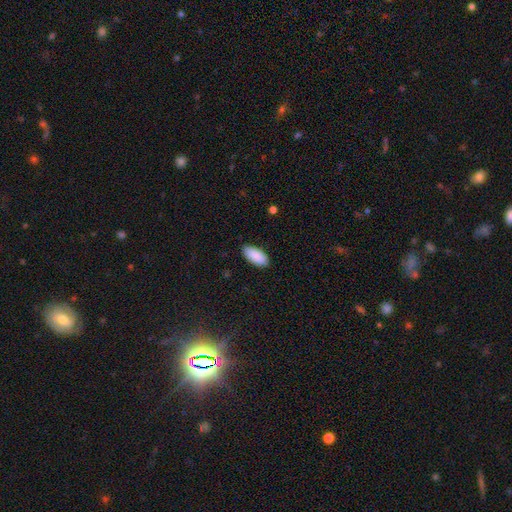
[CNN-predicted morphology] smooth 91%, star or artifact 6%, featured or disk 4%. Down the decision tree: how rounded — in between (93%); merging — none (88%).